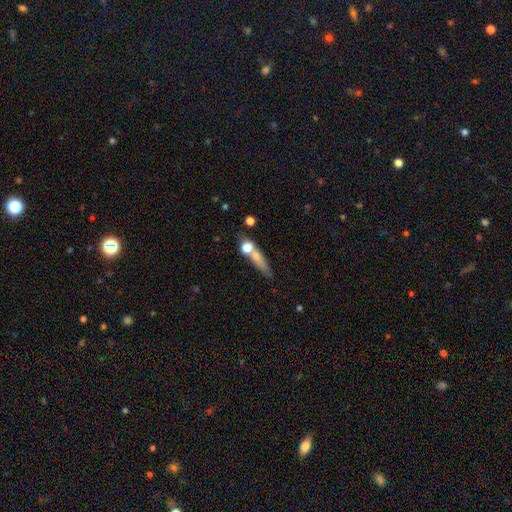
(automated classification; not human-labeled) This is possibly a smooth galaxy (55%). How rounded: likely cigar-shaped (64%). Merging: possibly none (54%).